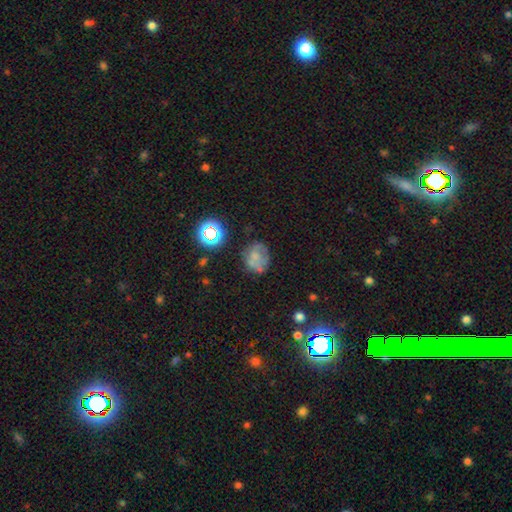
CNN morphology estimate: smooth-or-featured: smooth: 53% | featured or disk: 31% | star or artifact: 17%
  how-rounded: round: 64% | in between: 35% | cigar-shaped: 1%
  merging: none: 51% | minor disturbance: 26% | major disturbance: 15% | merger: 7%